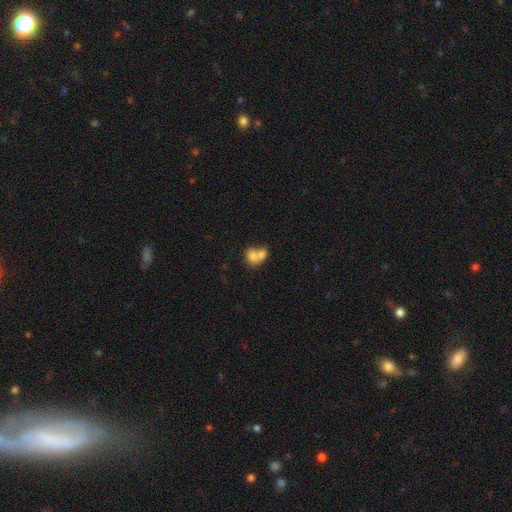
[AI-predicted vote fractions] smooth_or_featured: smooth (p=0.74) [alt: featured or disk p=0.18]
how_rounded: round (p=0.53) [alt: in between p=0.46]
merging: merger (p=0.72) [alt: none p=0.19]